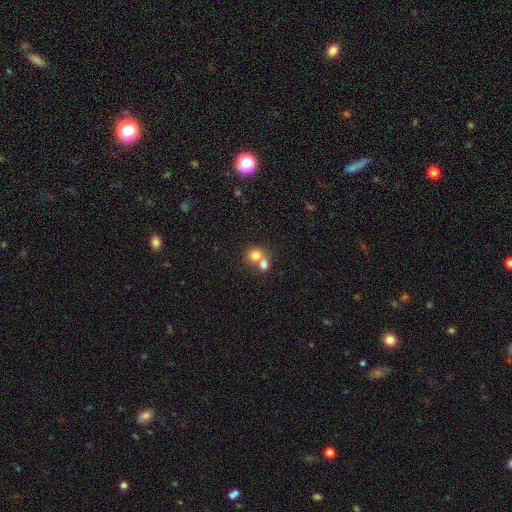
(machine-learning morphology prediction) type=smooth (77%); roundness=round (81%); merging=merger (59%).